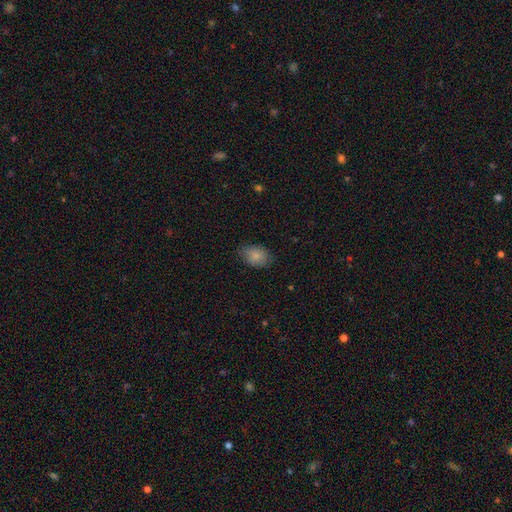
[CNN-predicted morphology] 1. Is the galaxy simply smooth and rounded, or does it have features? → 86% smooth, 7% star or artifact, 6% featured or disk.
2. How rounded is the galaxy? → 78% in between, 20% round, 1% cigar-shaped.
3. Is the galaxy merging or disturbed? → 79% none, 17% minor disturbance, 4% major disturbance, 1% merger.